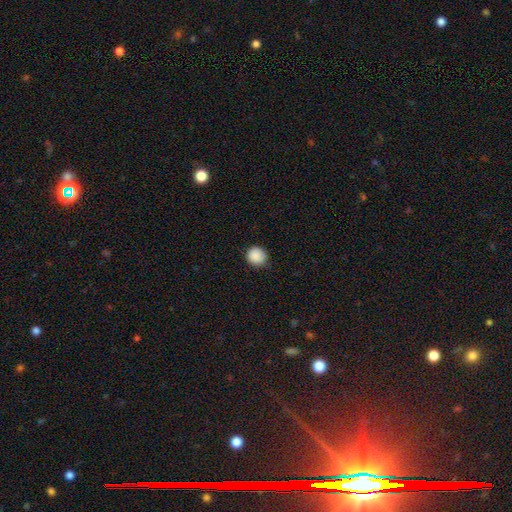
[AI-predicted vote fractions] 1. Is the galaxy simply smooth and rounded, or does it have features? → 89% smooth, 9% star or artifact, 2% featured or disk.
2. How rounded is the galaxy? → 91% round, 9% in between, 1% cigar-shaped.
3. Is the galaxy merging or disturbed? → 87% none, 10% minor disturbance, 2% major disturbance, 1% merger.